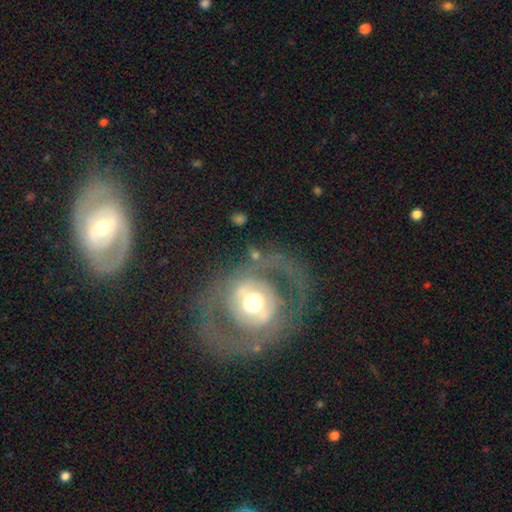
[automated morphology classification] featured or disk 68%, smooth 25%, star or artifact 7%. Down the decision tree: edge-on disk — no (94%); bar — no (54%); spiral arms — no (56%); bulge size — moderate (62%); merging — none (71%).